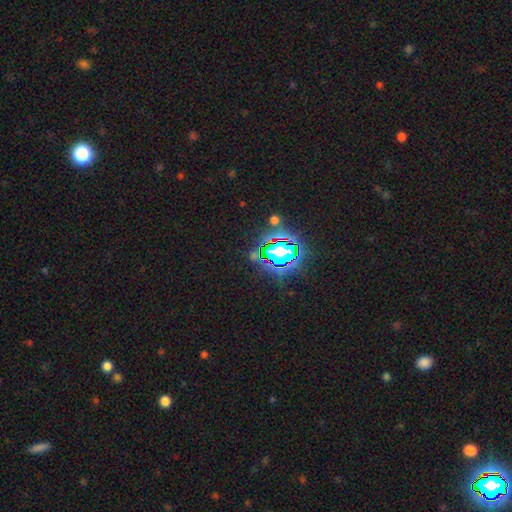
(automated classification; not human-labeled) smooth_or_featured: star or artifact (p=0.76) [alt: smooth p=0.14]